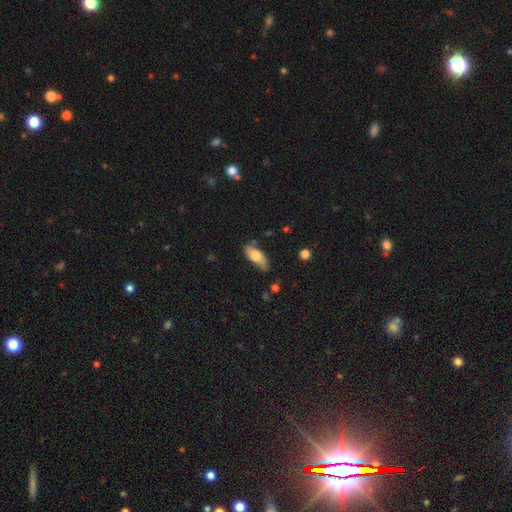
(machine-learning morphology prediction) smooth 71%, featured or disk 22%, star or artifact 6%. Down the decision tree: how rounded — in between (80%); merging — none (66%).